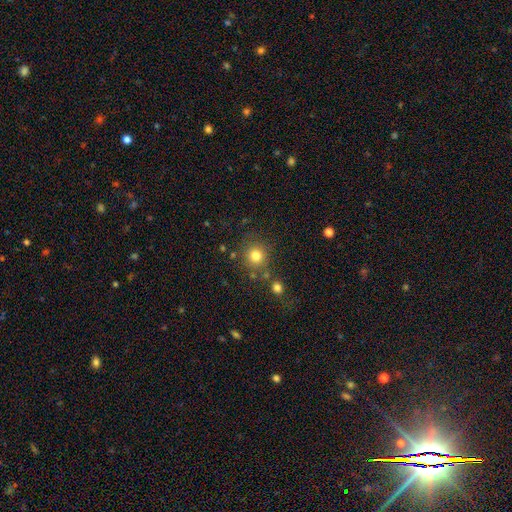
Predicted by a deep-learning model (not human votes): This is likely a smooth galaxy (79%). How rounded: clearly round (93%). Merging: clearly none (80%).